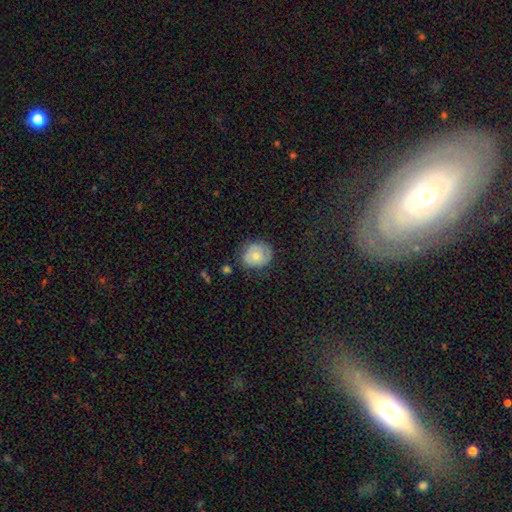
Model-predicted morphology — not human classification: Smooth or featured: smooth — 60% (featured or disk — 32%)
How rounded: round — 65% (in between — 34%)
Merging: none — 67% (minor disturbance — 24%)